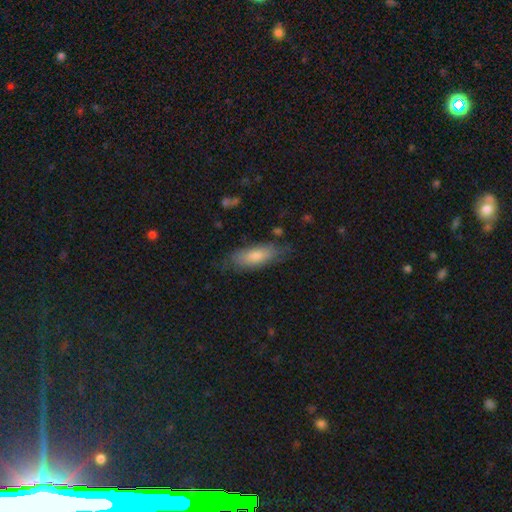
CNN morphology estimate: type=smooth (70%); roundness=in between (67%); merging=none (72%).